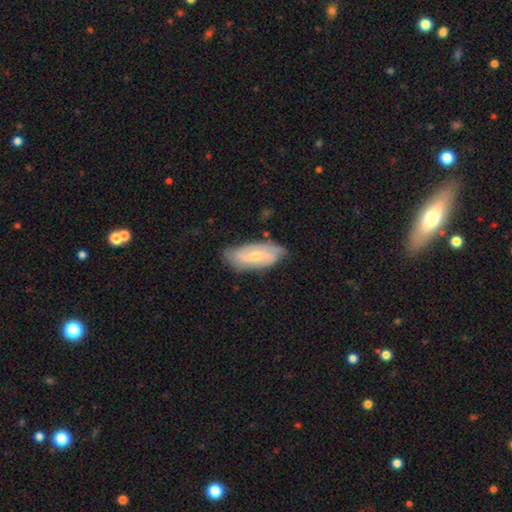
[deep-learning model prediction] Q: Smooth or featured?
A: featured or disk (56%); runner-up: smooth (37%)
Q: Edge-on disk?
A: no (88%); runner-up: yes (12%)
Q: Merging?
A: none (70%); runner-up: minor disturbance (24%)